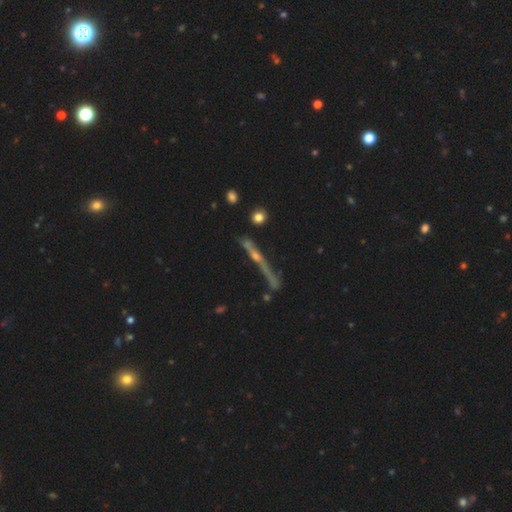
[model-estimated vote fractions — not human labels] smooth-or-featured: featured or disk: 71% | smooth: 18% | star or artifact: 11%
  disk-edge-on: yes: 94% | no: 6%
    edge-on-bulge: rounded: 70% | none: 24% | boxy: 6%
  merging: none: 68% | minor disturbance: 17% | merger: 8% | major disturbance: 7%